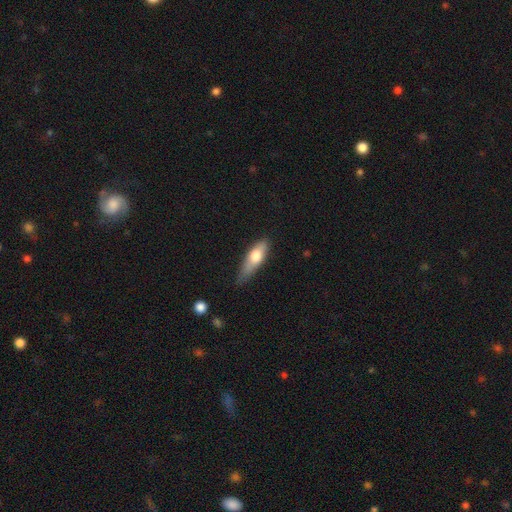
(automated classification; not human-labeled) This appears to be a smooth galaxy with no disk features (65%) that is in between round and cigar-shaped (51%). Merging: none (55%).